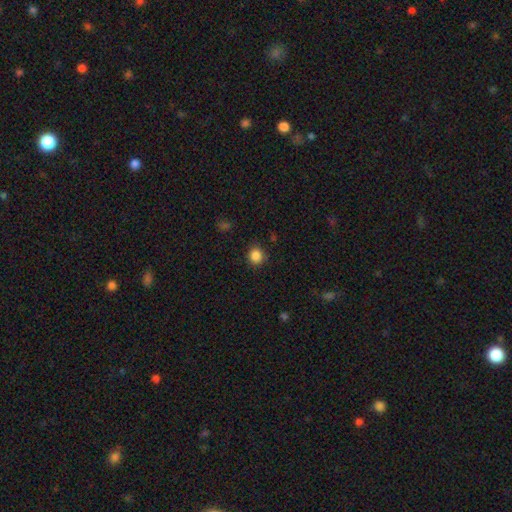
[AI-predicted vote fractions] The model was most divided on "how rounded": round: 87%, in between: 13%, cigar-shaped: 1%. More confident: merging — none (86%); smooth or featured — smooth (86%).